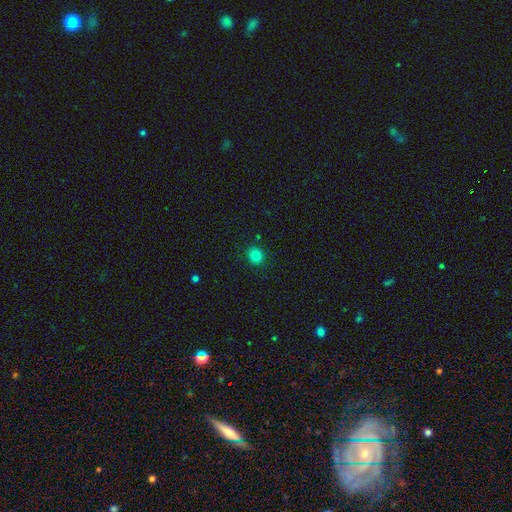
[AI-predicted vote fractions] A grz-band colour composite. It shows a smooth galaxy with no disk features (82%) that is round (84%). Merging: none (89%).